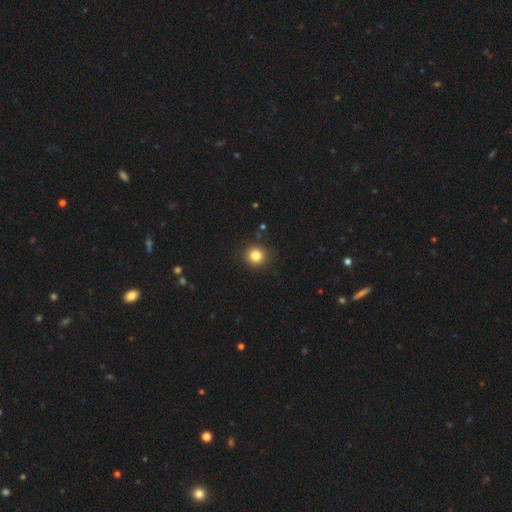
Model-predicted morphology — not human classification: smooth-or-featured: smooth: 83% | star or artifact: 12% | featured or disk: 5%
  how-rounded: round: 92% | in between: 7% | cigar-shaped: 1%
  merging: none: 90% | minor disturbance: 7% | major disturbance: 2% | merger: 1%